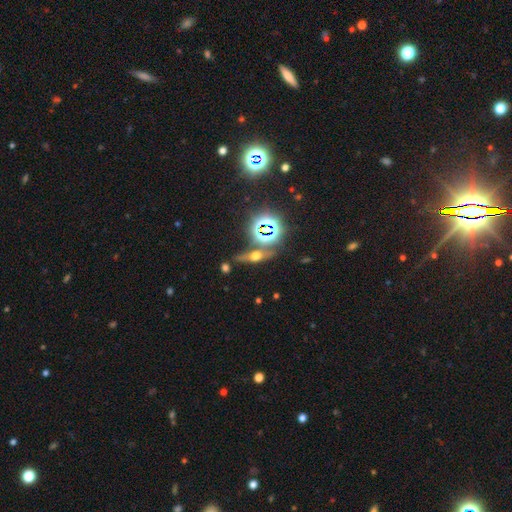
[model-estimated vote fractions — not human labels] Smooth or featured? featured or disk (38%)
Merging? none (70%)